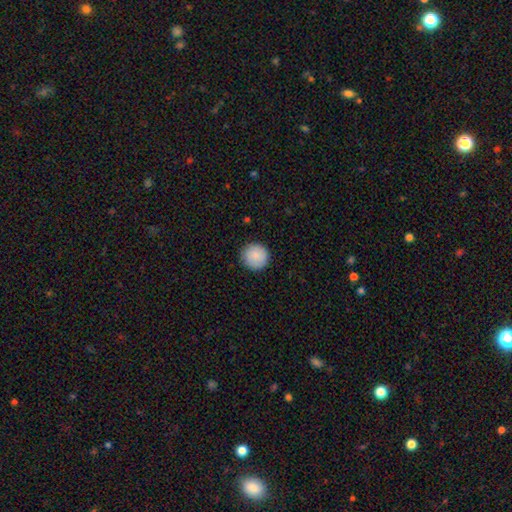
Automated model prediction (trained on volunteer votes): smooth_or_featured: smooth (p=0.89) [alt: star or artifact p=0.07]
how_rounded: round (p=0.95) [alt: in between p=0.04]
merging: none (p=0.91) [alt: minor disturbance p=0.07]